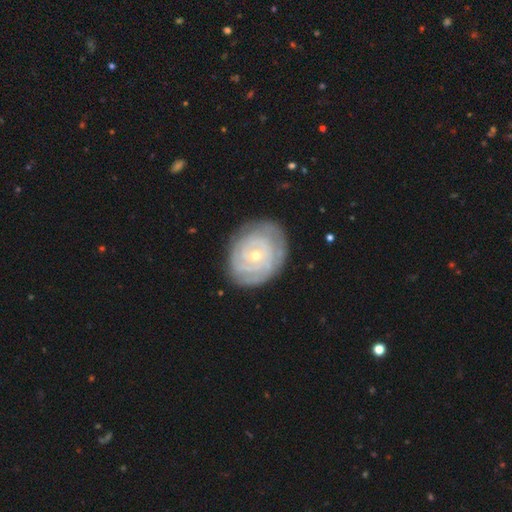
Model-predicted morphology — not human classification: A featured or disk galaxy (80%) with no bar (76%), tight (83%) spiral arms (90%) and a small central bulge (63%). Merging: none (79%).